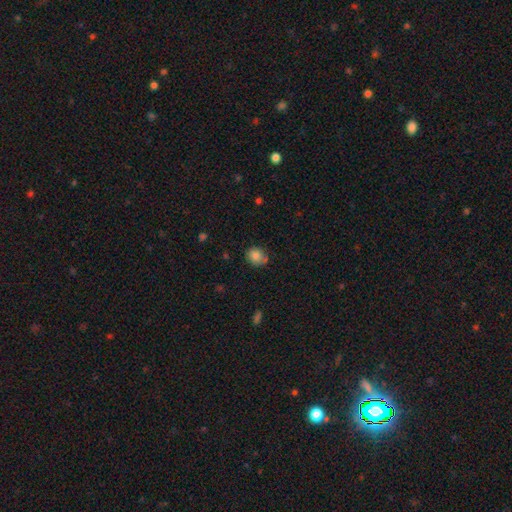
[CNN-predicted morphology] Smooth or featured? smooth (83%)
How rounded? round (74%)
Merging? none (70%)